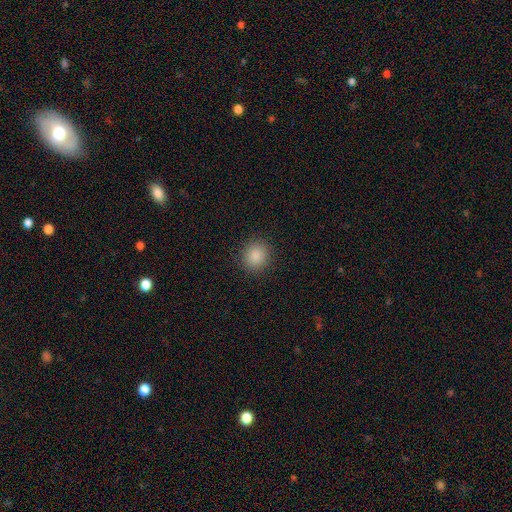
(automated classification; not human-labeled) Morphology: type=smooth (87%); roundness=round (87%); merging=none (90%).